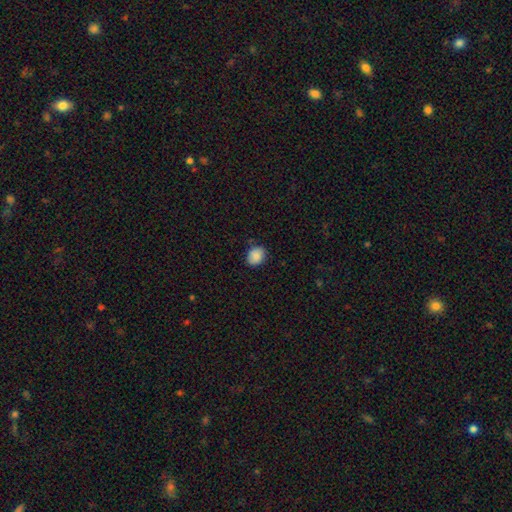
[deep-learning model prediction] This is clearly a smooth galaxy (87%). How rounded: possibly round (54%). Merging: clearly none (81%).